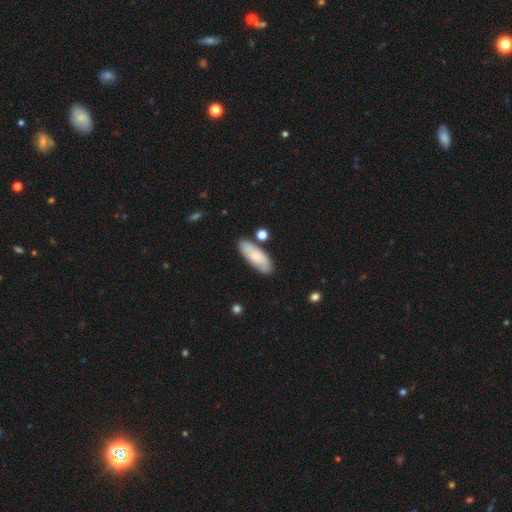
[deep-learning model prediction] Q: Smooth or featured?
A: smooth (75%); runner-up: featured or disk (18%)
Q: How rounded?
A: in between (70%); runner-up: cigar-shaped (28%)
Q: Merging?
A: none (77%); runner-up: minor disturbance (14%)